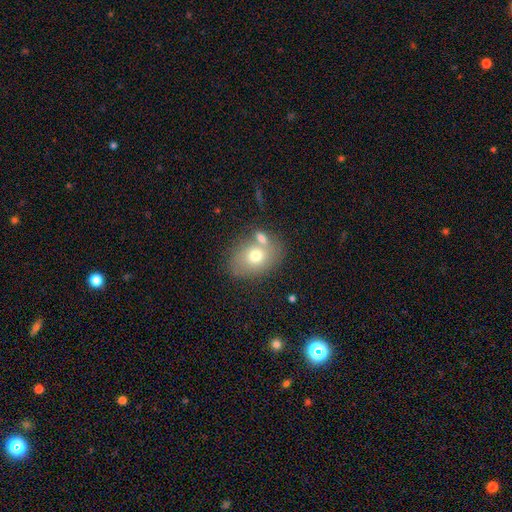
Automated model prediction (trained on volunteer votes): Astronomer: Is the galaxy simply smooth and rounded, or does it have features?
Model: smooth — 69%.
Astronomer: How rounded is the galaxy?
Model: in between — 65%.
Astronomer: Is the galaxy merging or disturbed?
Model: none — 54%.